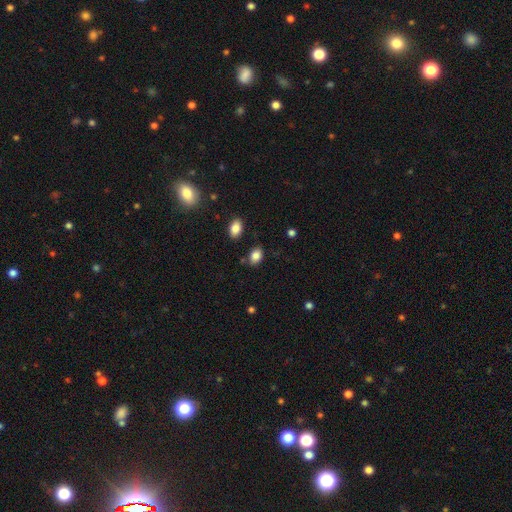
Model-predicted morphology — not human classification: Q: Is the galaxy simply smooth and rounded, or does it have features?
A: smooth — 85%.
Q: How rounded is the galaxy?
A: in between — 77%.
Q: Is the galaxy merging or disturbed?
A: none — 78%.